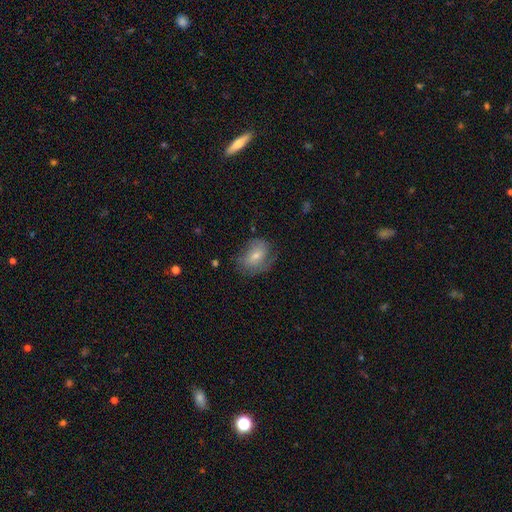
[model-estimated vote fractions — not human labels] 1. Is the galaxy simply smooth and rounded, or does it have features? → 55% smooth, 38% featured or disk, 8% star or artifact.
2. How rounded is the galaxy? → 72% in between, 26% round, 2% cigar-shaped.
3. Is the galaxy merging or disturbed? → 57% none, 26% minor disturbance, 15% major disturbance, 2% merger.